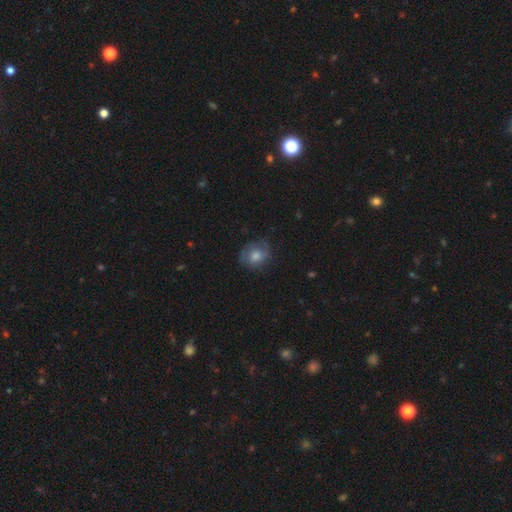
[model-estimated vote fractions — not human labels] Overall: smooth (54%; featured or disk 34%). How rounded: round (69%; in between 30%). Merging: none (70%).